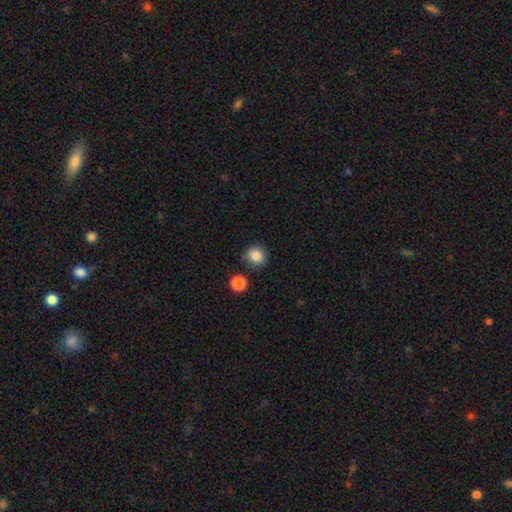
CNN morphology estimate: This appears to be a smooth galaxy with no disk features (86%) that is round (89%). Merging: none (83%).